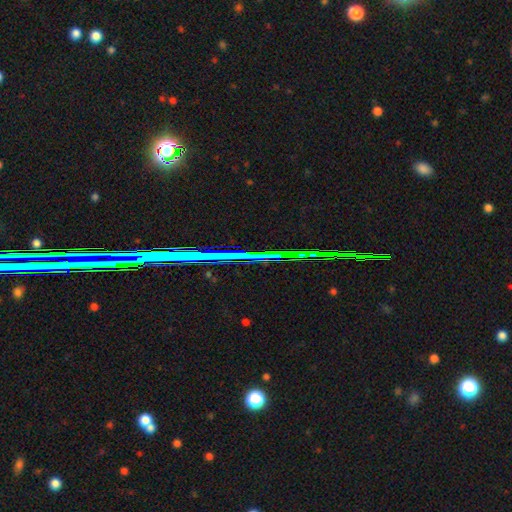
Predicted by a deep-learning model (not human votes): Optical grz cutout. It shows a star or artifact, not a galaxy (72%).